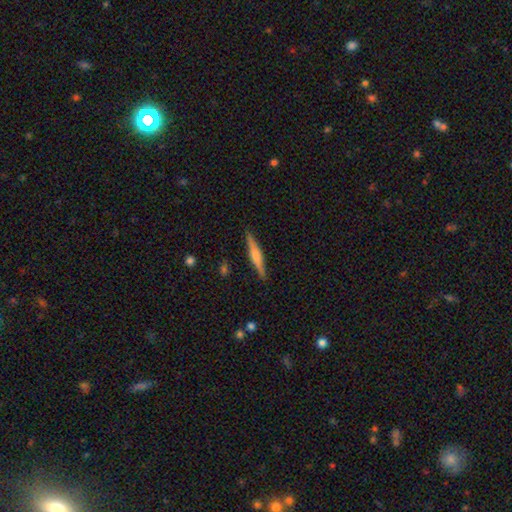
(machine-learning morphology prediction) type=featured or disk (54%); edge-on=yes (97%); edge-on bulge=rounded (62%); merging=none (88%).